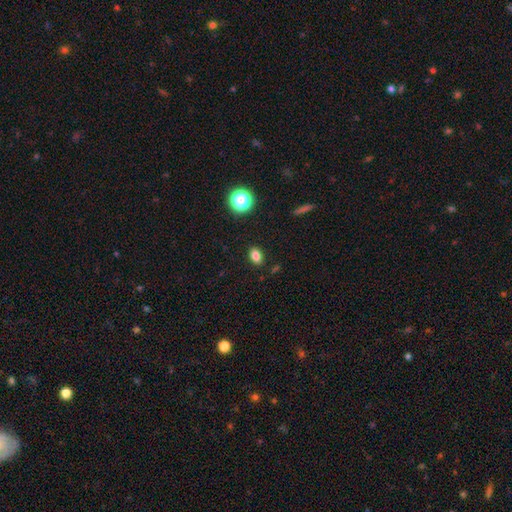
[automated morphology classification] type=smooth (81%); roundness=in between (78%); merging=none (88%).